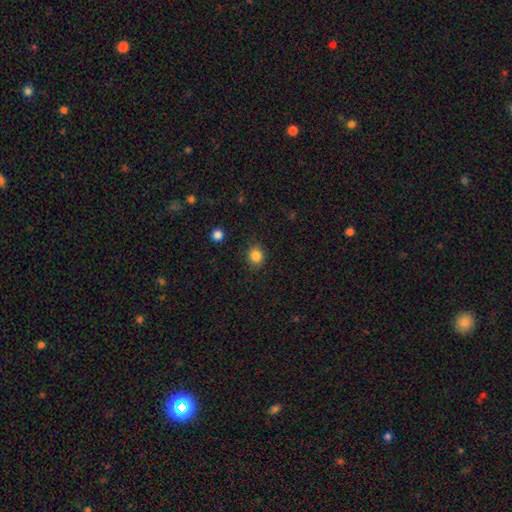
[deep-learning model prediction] This appears to be a smooth galaxy with no disk features (85%) that is round (78%). Merging: none (88%).